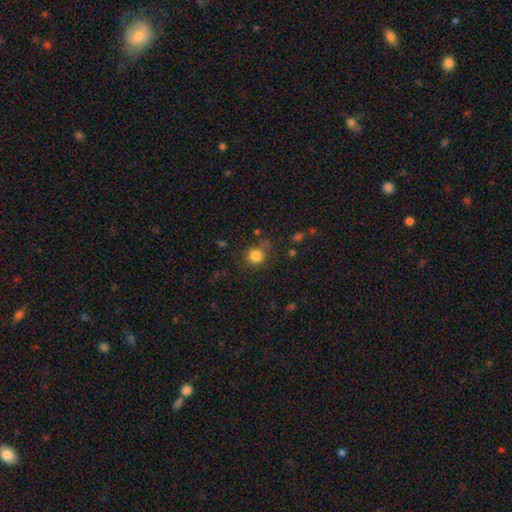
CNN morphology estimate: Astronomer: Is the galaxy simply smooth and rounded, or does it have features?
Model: smooth — 83%.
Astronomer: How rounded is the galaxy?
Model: round — 88%.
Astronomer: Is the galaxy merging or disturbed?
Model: none — 74%.